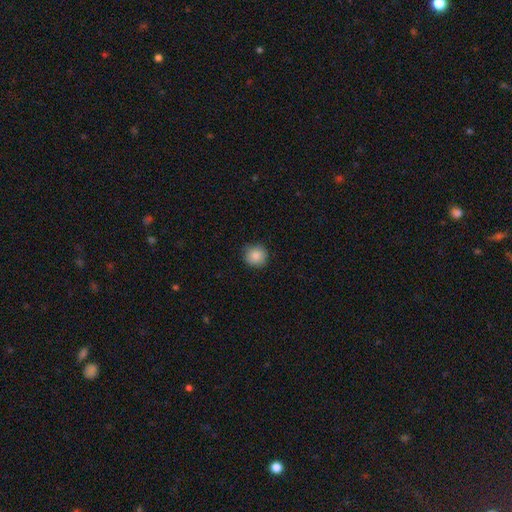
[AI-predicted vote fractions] Overall: smooth (87%). How rounded: round (92%). Merging: none (86%).